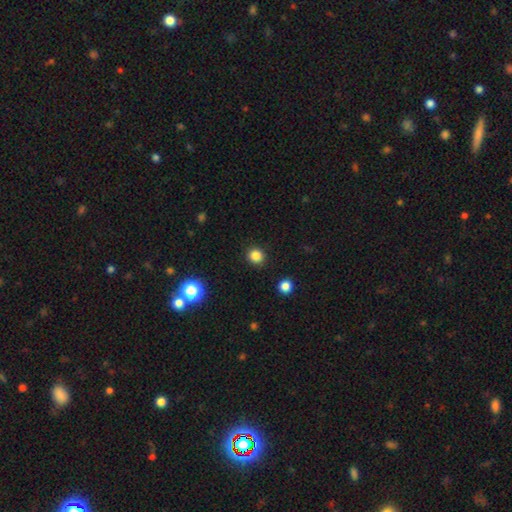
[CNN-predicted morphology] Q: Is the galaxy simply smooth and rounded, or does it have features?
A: smooth — 84%.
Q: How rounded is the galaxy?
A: round — 89%.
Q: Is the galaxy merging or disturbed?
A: none — 91%.